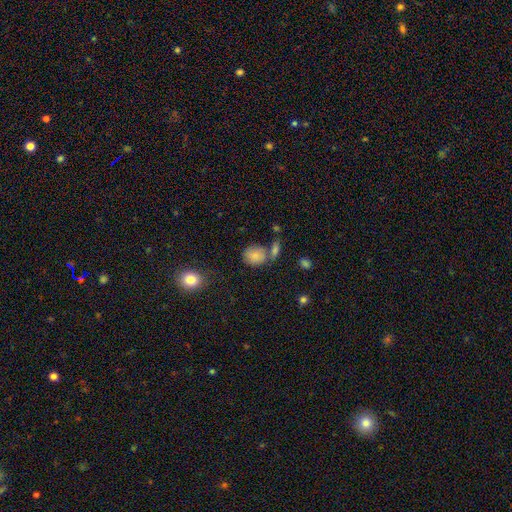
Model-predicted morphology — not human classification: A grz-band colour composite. It shows a smooth galaxy with no disk features (81%) that is round (57%). Merging: none (55%).